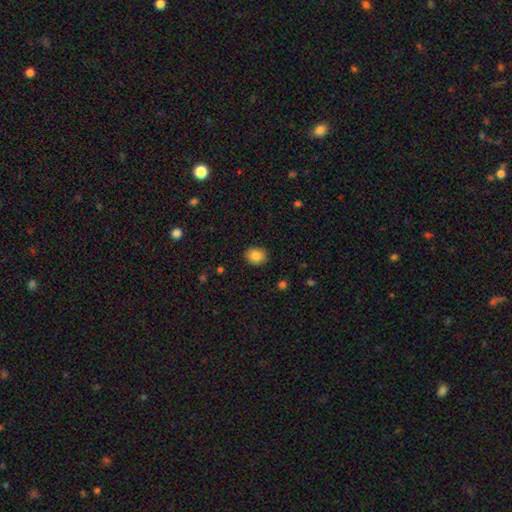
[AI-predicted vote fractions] A smooth galaxy with no disk features (85%) that is round (61%). Merging: none (89%).